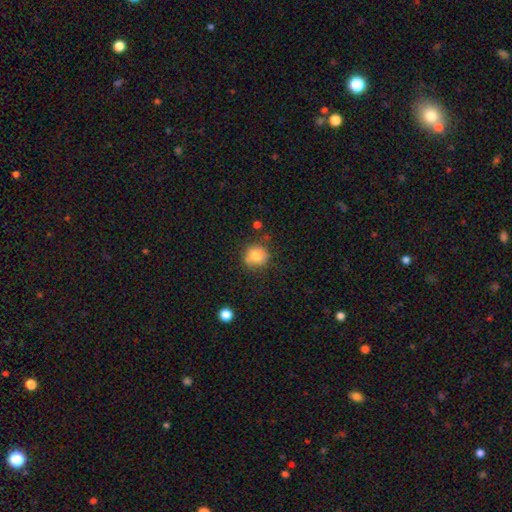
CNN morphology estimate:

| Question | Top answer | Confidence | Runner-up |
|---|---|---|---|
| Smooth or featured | smooth | 78% | featured or disk (12%) |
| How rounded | round | 84% | in between (15%) |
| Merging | none | 69% | minor disturbance (20%) |